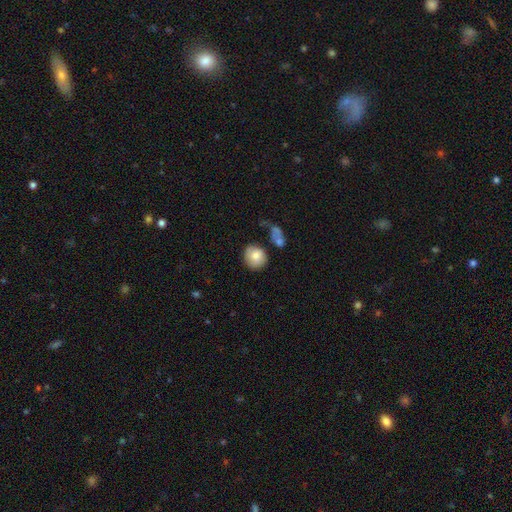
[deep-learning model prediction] Q: Smooth or featured?
A: smooth (78%); runner-up: featured or disk (14%)
Q: How rounded?
A: round (85%); runner-up: in between (14%)
Q: Merging?
A: none (64%); runner-up: minor disturbance (19%)